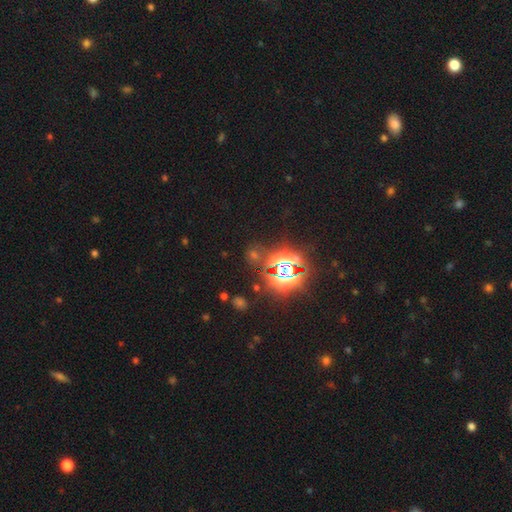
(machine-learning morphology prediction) smooth-or-featured: star or artifact: 78% | smooth: 13% | featured or disk: 9%